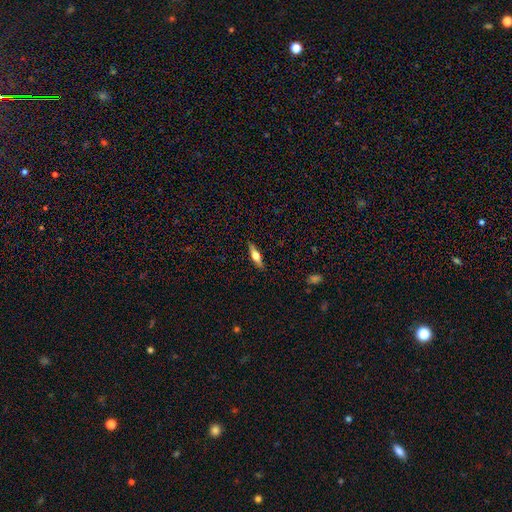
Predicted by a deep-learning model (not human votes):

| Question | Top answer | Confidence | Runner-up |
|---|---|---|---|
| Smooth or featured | featured or disk | 47% | smooth (45%) |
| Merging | none | 89% | minor disturbance (8%) |